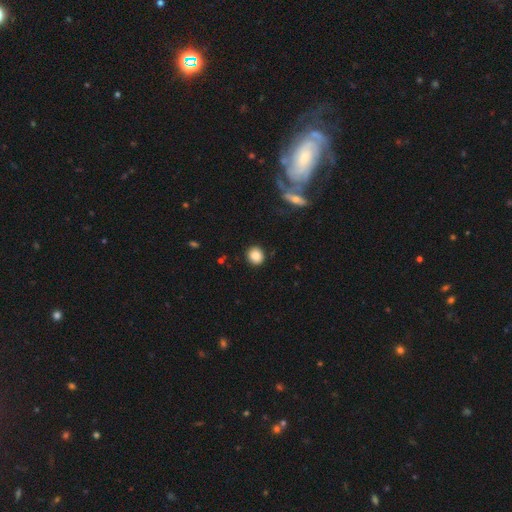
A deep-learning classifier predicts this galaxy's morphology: smooth_or_featured: smooth (p=0.87) [alt: star or artifact p=0.09]
how_rounded: round (p=0.83) [alt: in between p=0.16]
merging: none (p=0.90) [alt: minor disturbance p=0.07]